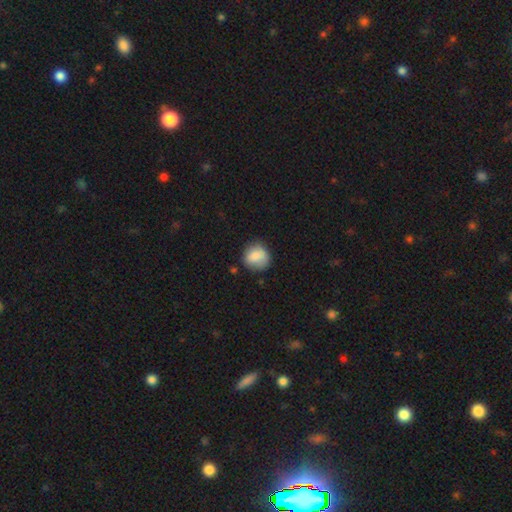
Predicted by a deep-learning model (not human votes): smooth_or_featured: smooth (p=0.82) [alt: featured or disk p=0.10]
how_rounded: round (p=0.82) [alt: in between p=0.17]
merging: none (p=0.74) [alt: minor disturbance p=0.19]